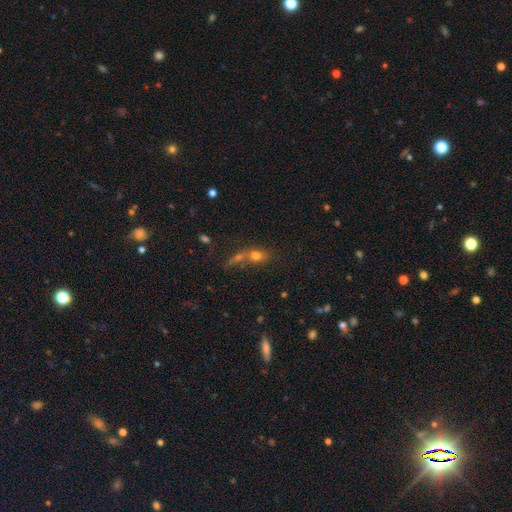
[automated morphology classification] Smooth or featured: smooth — 69% (star or artifact — 16%)
How rounded: in between — 60% (round — 33%)
Merging: merger — 49% (none — 35%)